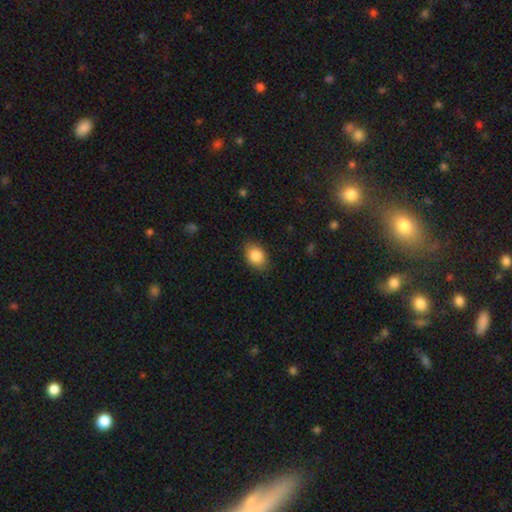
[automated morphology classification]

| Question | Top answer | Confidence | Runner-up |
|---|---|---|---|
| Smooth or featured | smooth | 87% | star or artifact (8%) |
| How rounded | in between | 78% | round (21%) |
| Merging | none | 85% | minor disturbance (11%) |